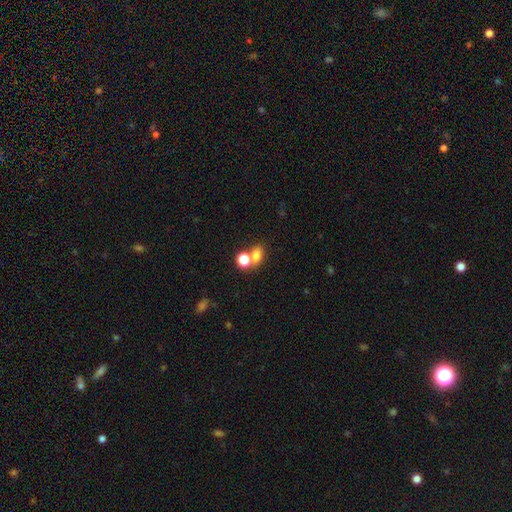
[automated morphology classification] smooth-or-featured: smooth: 75% | star or artifact: 15% | featured or disk: 10%
  how-rounded: in between: 64% | round: 34% | cigar-shaped: 2%
  merging: none: 46% | merger: 40% | minor disturbance: 9% | major disturbance: 5%